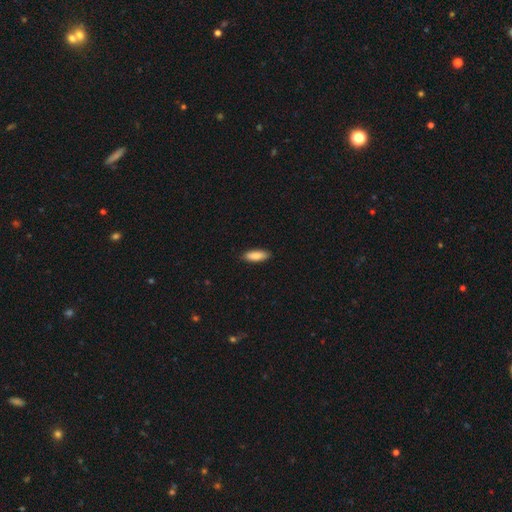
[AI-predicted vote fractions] A smooth galaxy with no disk features (87%) that is in between round and cigar-shaped (61%).

Vote fractions:
- Smooth or featured? smooth: 87% / featured or disk: 7% / star or artifact: 5%
- How rounded? in between: 61% / cigar-shaped: 37% / round: 2%
- Merging? none: 88% / minor disturbance: 9% / major disturbance: 2% / merger: 1%